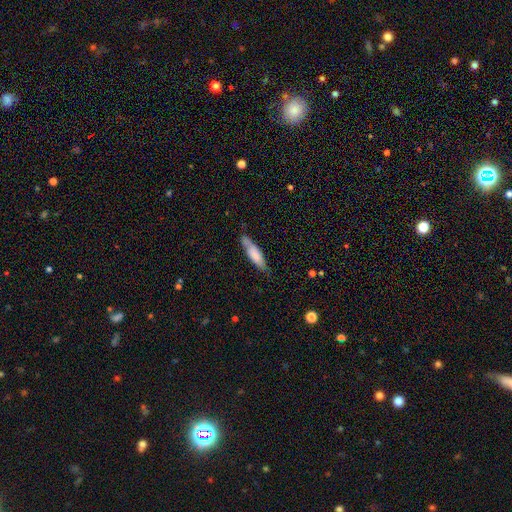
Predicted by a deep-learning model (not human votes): This appears to be a smooth galaxy with no disk features (65%) that is cigar-shaped (70%). Merging: none (68%).